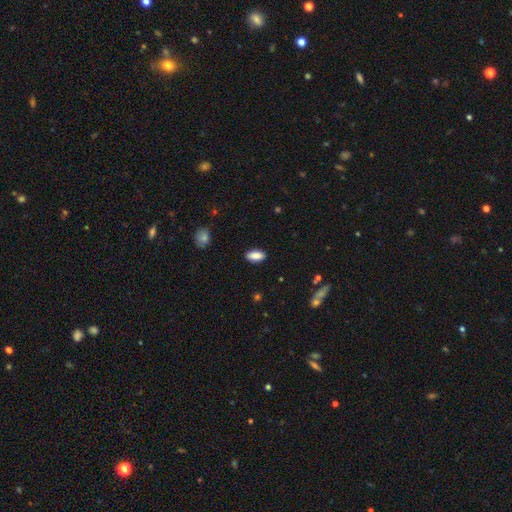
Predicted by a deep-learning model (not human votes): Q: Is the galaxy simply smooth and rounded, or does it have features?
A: smooth — 85%.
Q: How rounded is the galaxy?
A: in between — 83%.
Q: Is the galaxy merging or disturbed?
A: none — 88%.